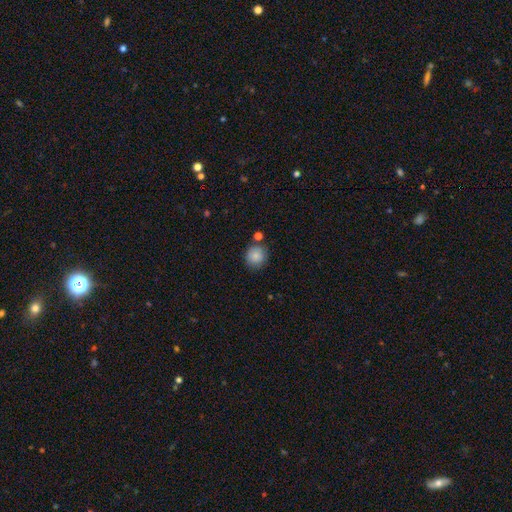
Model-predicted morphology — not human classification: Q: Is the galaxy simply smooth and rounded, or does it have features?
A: smooth — 85%.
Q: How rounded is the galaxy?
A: round — 88%.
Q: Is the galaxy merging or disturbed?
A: none — 77%.